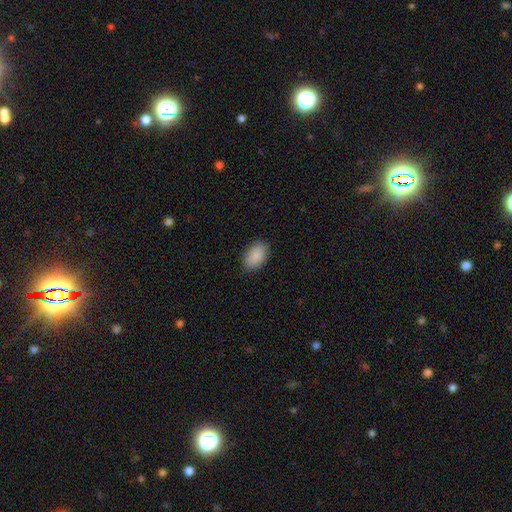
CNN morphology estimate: Overall: smooth (89%). How rounded: in between (90%). Merging: none (85%).